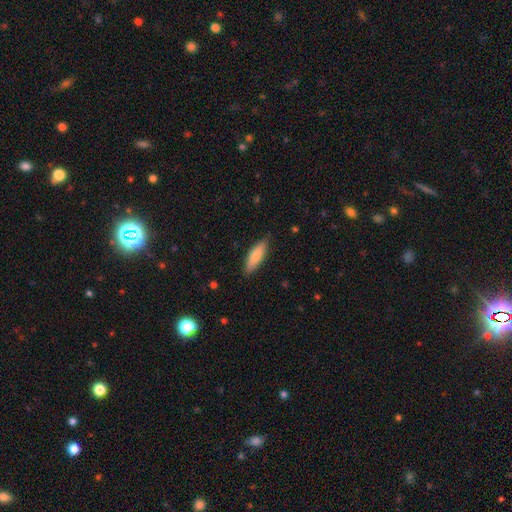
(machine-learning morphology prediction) Smooth or featured? Predicted: smooth (p=0.82). How rounded? Predicted: in between (p=0.53). Merging? Predicted: none (p=0.83).